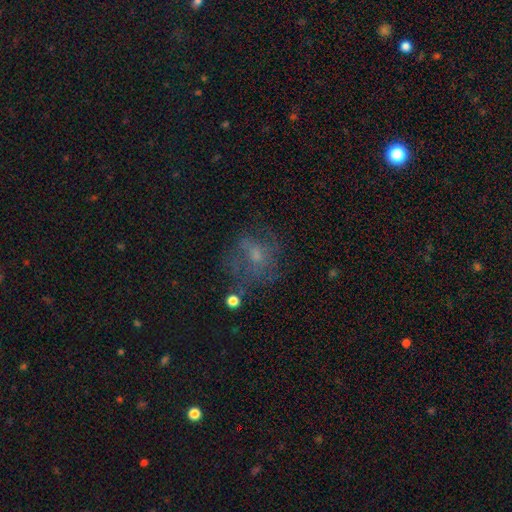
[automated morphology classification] type=featured or disk (42%); merging=none (49%).